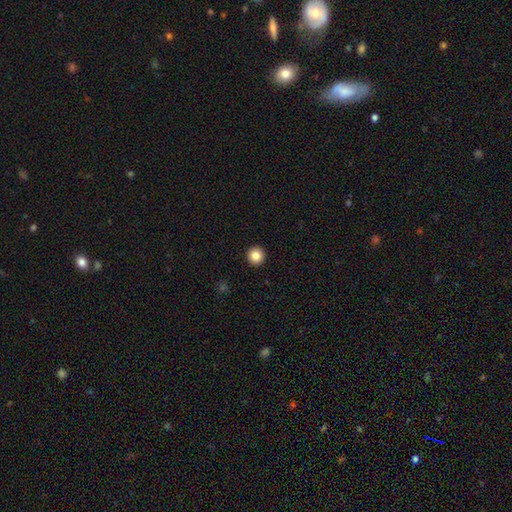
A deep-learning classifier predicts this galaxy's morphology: smooth-or-featured: smooth: 85% | star or artifact: 10% | featured or disk: 5%
  how-rounded: round: 95% | in between: 4% | cigar-shaped: 1%
  merging: none: 94% | minor disturbance: 3% | major disturbance: 1% | merger: 1%